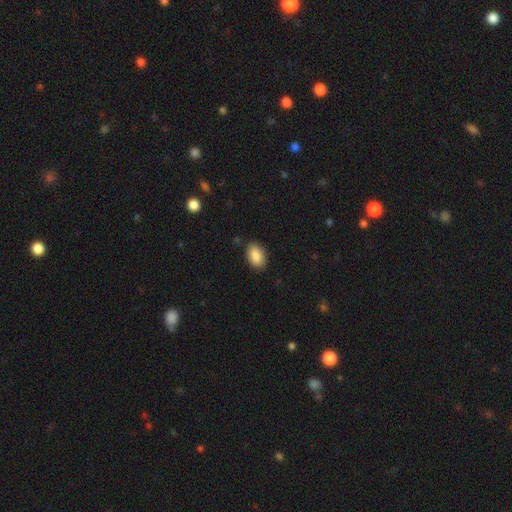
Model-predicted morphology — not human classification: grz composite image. It shows a smooth galaxy with no disk features (88%) that is in between round and cigar-shaped (91%). Merging: none (85%).